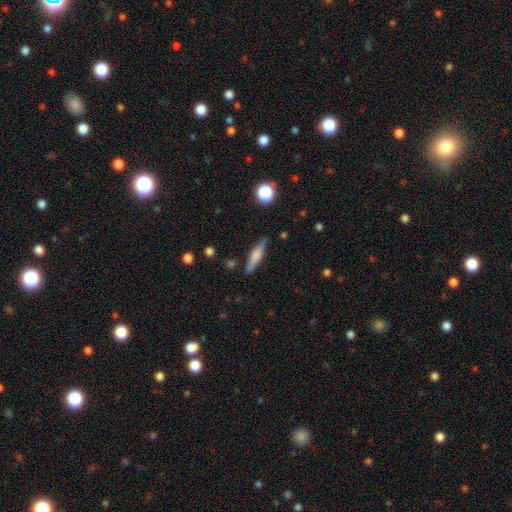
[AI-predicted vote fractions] This is possibly a smooth galaxy (56%). How rounded: likely cigar-shaped (79%). Merging: clearly none (84%).